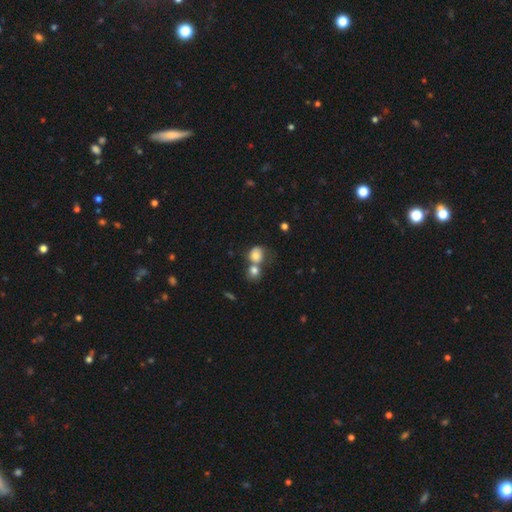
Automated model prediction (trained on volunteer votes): Q: Smooth or featured?
A: smooth (75%); runner-up: featured or disk (15%)
Q: How rounded?
A: round (69%); runner-up: in between (30%)
Q: Merging?
A: merger (54%); runner-up: none (28%)